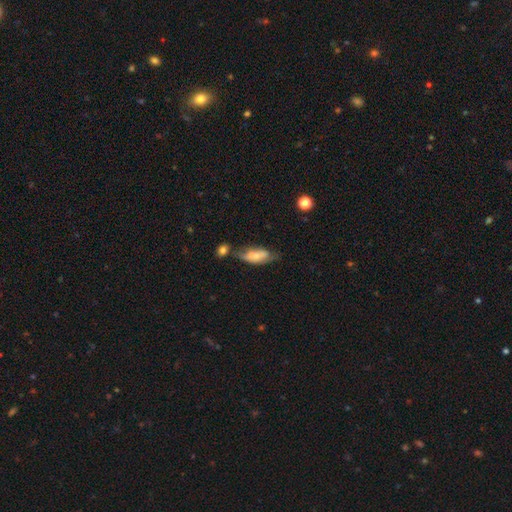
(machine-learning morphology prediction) Smooth or featured: smooth — 64% (featured or disk — 29%)
How rounded: in between — 77% (cigar-shaped — 21%)
Merging: none — 45% (minor disturbance — 29%)